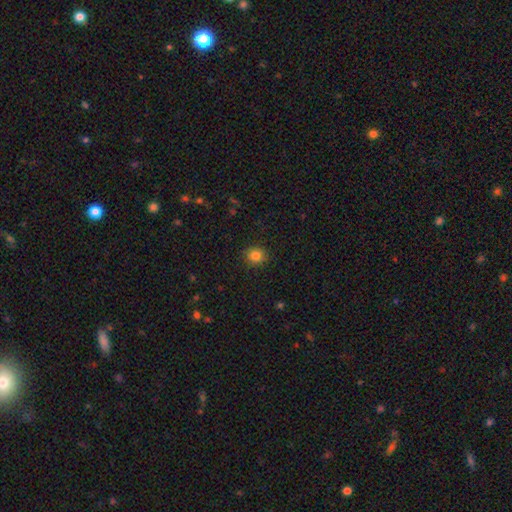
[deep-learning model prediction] smooth_or_featured: smooth (p=0.83) [alt: star or artifact p=0.12]
how_rounded: round (p=0.82) [alt: in between p=0.17]
merging: none (p=0.90) [alt: minor disturbance p=0.07]